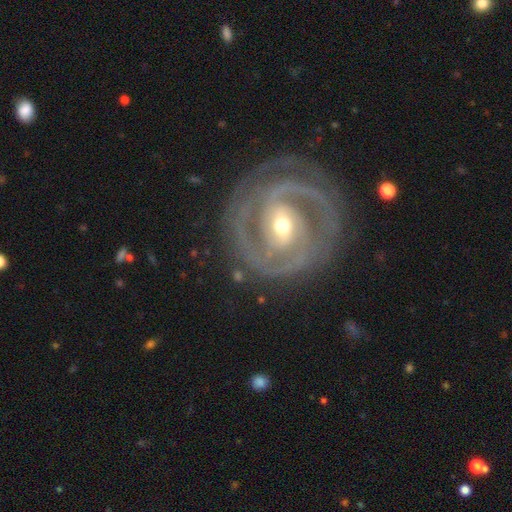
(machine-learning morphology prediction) smooth-or-featured: featured or disk: 91% | smooth: 4% | star or artifact: 4%
  disk-edge-on: no: 97% | yes: 3%
    bar: weak: 39% | strong: 37% | no: 24%
    has-spiral-arms: yes: 97% | no: 3%
      spiral-winding: tight: 68% | medium: 28% | loose: 4%
      spiral-arm-count: 2: 59% | 3: 20% | can't tell: 9% | 4: 4% | 1: 4% | more than 4: 3%
    bulge-size: moderate: 60% | small: 35% | large: 4% | dominant: 1% | none: 1%
  merging: none: 79% | minor disturbance: 14% | major disturbance: 6% | merger: 2%